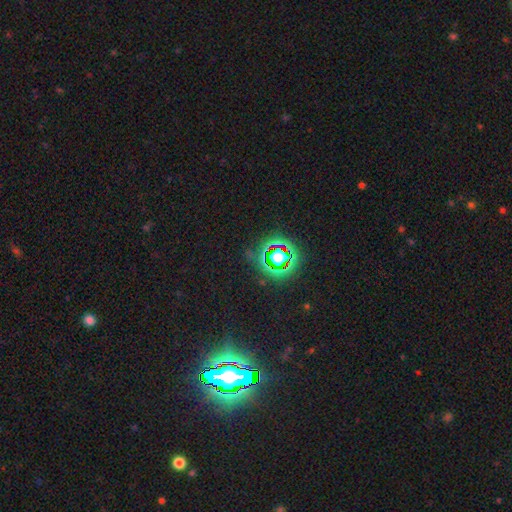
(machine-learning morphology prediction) smooth-or-featured: star or artifact: 83% | smooth: 10% | featured or disk: 7%